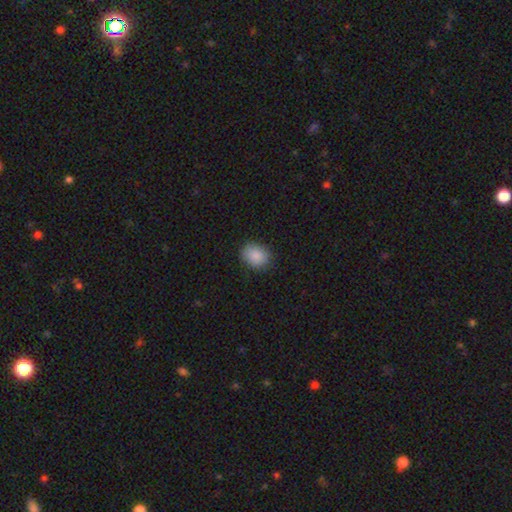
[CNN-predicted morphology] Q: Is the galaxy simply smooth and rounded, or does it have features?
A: smooth — 88%.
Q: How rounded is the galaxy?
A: in between — 51%.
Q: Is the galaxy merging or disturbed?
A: none — 85%.